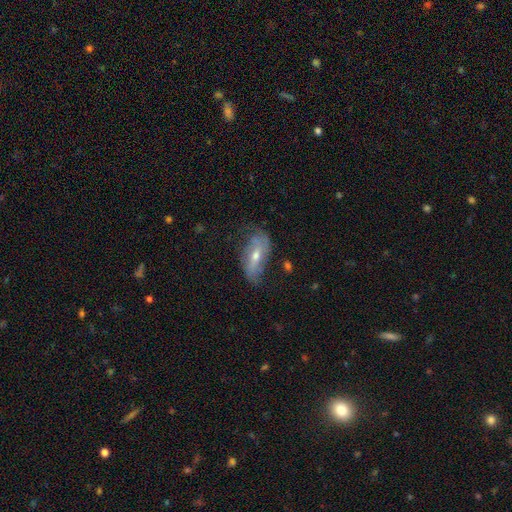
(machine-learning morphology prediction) Smooth or featured?
  - featured or disk: 59% *
  - smooth: 32%
  - star or artifact: 9%
Edge-on disk?
  - no: 81% *
  - yes: 19%
Merging?
  - none: 57% *
  - minor disturbance: 29%
  - major disturbance: 12%
  - merger: 2%